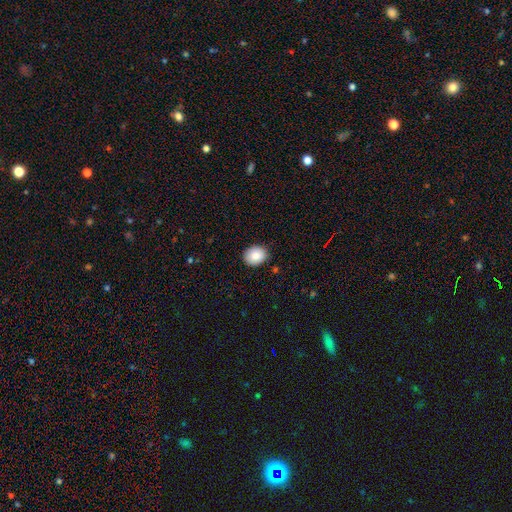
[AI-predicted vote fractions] Smooth or featured?
  - smooth: 86% *
  - star or artifact: 8%
  - featured or disk: 7%
How rounded?
  - round: 60% *
  - in between: 40%
  - cigar-shaped: 1%
Merging?
  - none: 88% *
  - minor disturbance: 9%
  - major disturbance: 2%
  - merger: 1%